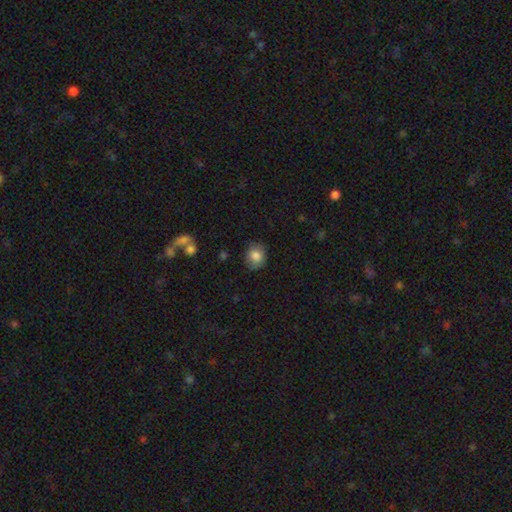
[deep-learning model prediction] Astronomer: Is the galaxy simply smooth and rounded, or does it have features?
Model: smooth — 83%.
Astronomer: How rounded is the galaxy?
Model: round — 73%.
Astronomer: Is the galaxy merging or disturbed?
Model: none — 80%.